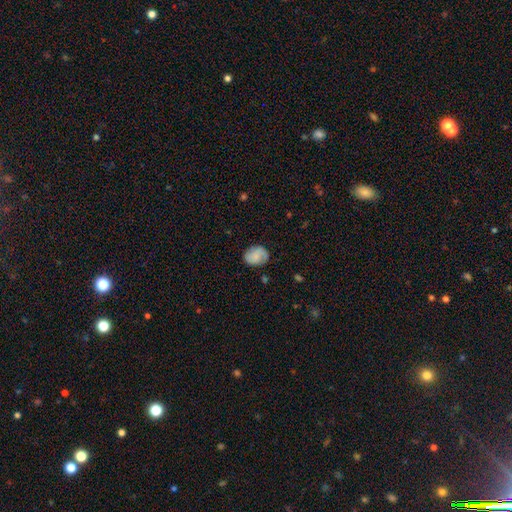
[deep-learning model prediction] smooth_or_featured: smooth (p=0.62) [alt: featured or disk p=0.30]
how_rounded: in between (p=0.54) [alt: round p=0.45]
merging: none (p=0.76) [alt: minor disturbance p=0.18]